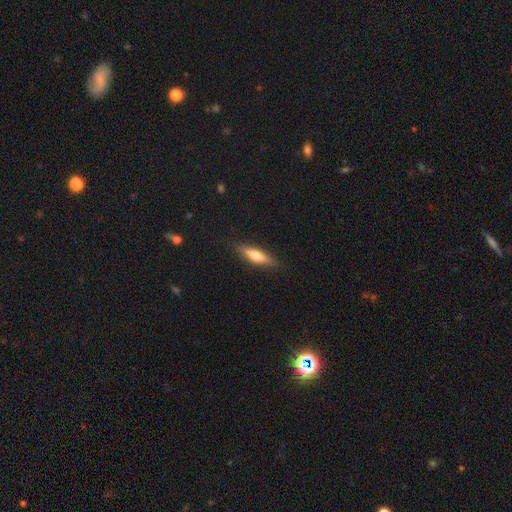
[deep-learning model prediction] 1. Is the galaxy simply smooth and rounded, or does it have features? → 60% smooth, 34% featured or disk, 6% star or artifact.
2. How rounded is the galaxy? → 67% cigar-shaped, 31% in between, 2% round.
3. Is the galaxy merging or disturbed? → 86% none, 11% minor disturbance, 2% major disturbance, 1% merger.